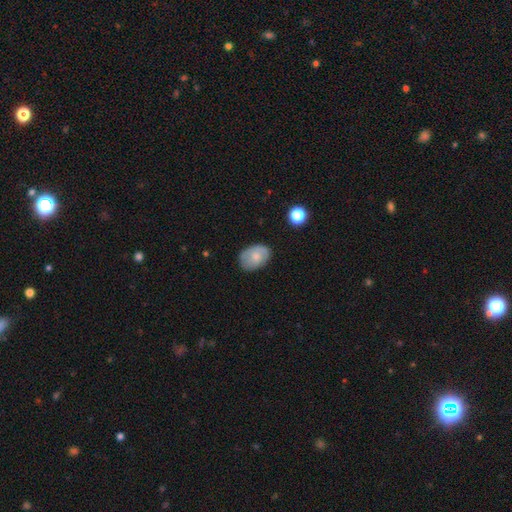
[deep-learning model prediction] A smooth galaxy with no disk features (62%) that is in between round and cigar-shaped (78%). Merging: none (74%).